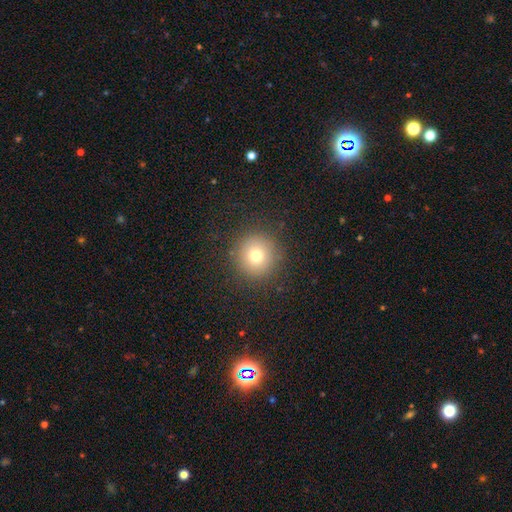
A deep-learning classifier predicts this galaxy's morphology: This is likely a smooth galaxy (74%). How rounded: clearly round (95%). Merging: clearly none (89%).